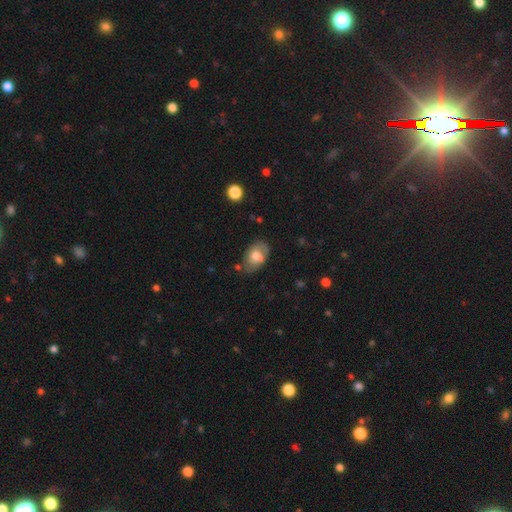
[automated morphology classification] This appears to be a smooth galaxy with no disk features (65%) that is in between round and cigar-shaped (87%). Merging: none (61%).